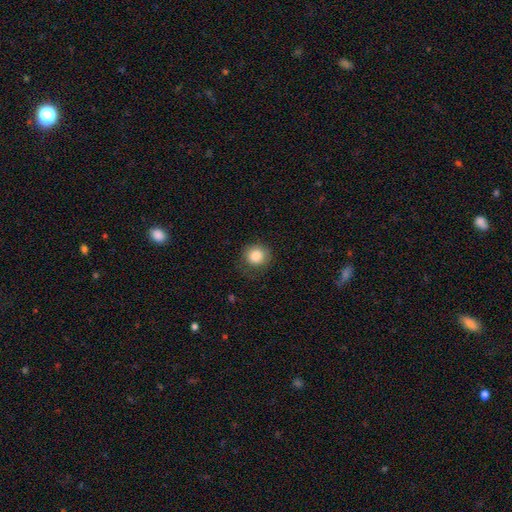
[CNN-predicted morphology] Smooth or featured? Predicted: smooth (p=0.85). How rounded? Predicted: round (p=0.90). Merging? Predicted: none (p=0.75).